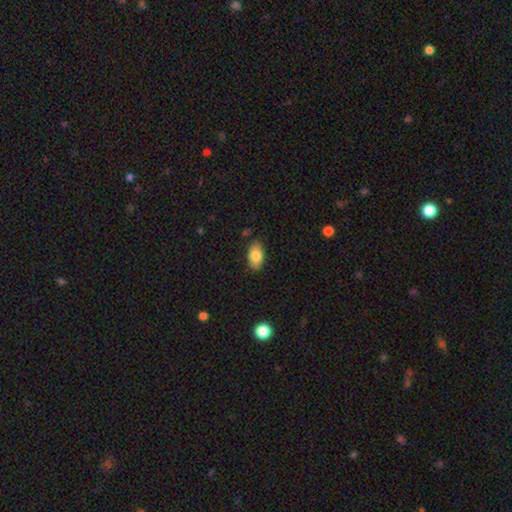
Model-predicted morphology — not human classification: smooth 82%, featured or disk 11%, star or artifact 7%. Down the decision tree: how rounded — in between (92%); merging — none (85%).